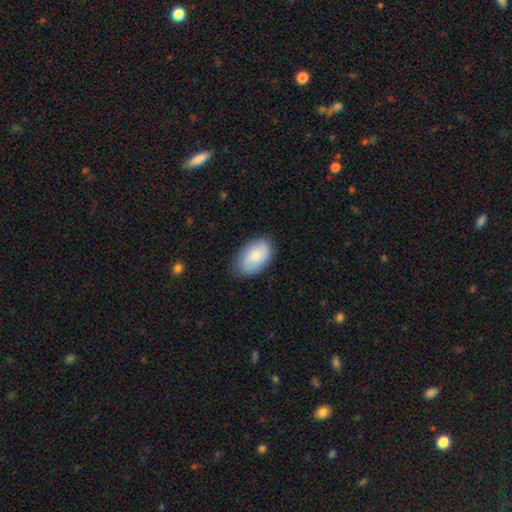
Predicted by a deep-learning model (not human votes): smooth_or_featured: smooth (p=0.79) [alt: featured or disk p=0.15]
how_rounded: in between (p=0.92) [alt: round p=0.07]
merging: none (p=0.80) [alt: minor disturbance p=0.15]